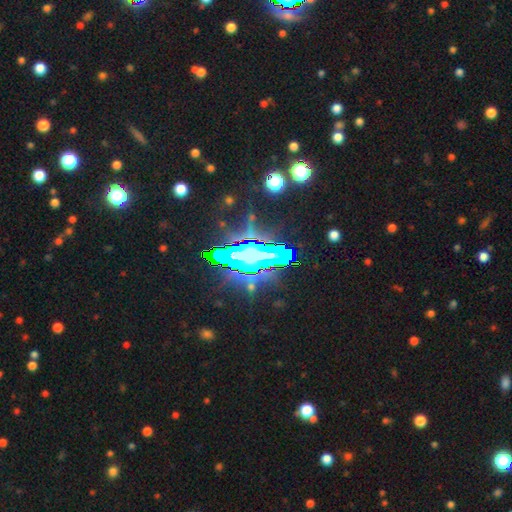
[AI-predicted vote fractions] Q: Smooth or featured?
A: star or artifact (61%); runner-up: featured or disk (21%)